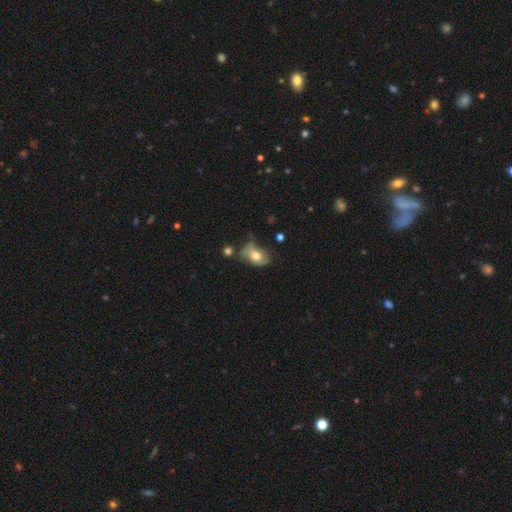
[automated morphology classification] Q: Smooth or featured?
A: smooth (67%); runner-up: featured or disk (25%)
Q: How rounded?
A: in between (83%); runner-up: round (16%)
Q: Merging?
A: none (42%); runner-up: minor disturbance (34%)